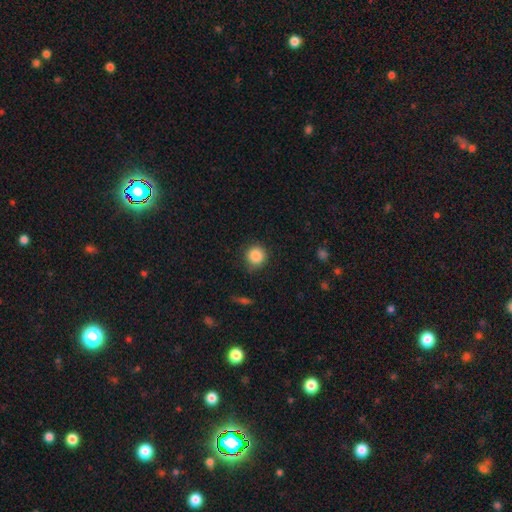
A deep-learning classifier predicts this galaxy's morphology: A smooth galaxy with no disk features (87%) that is round (93%).

Vote fractions:
- Smooth or featured? smooth: 87% / star or artifact: 9% / featured or disk: 4%
- How rounded? round: 93% / in between: 6% / cigar-shaped: 1%
- Merging? none: 84% / minor disturbance: 12% / major disturbance: 3% / merger: 1%